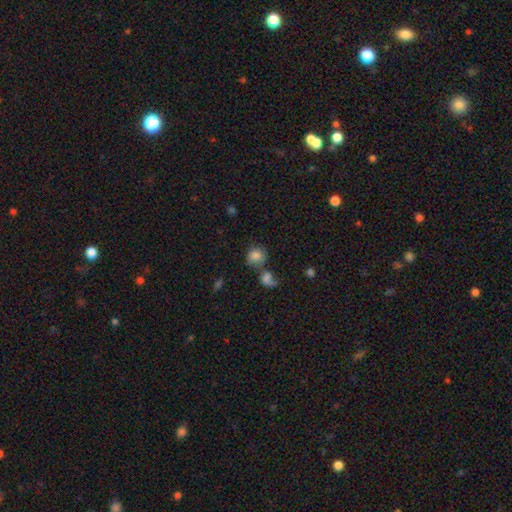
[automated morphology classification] Smooth or featured? Predicted: smooth (p=0.79). How rounded? Predicted: round (p=0.78). Merging? Predicted: none (p=0.47).